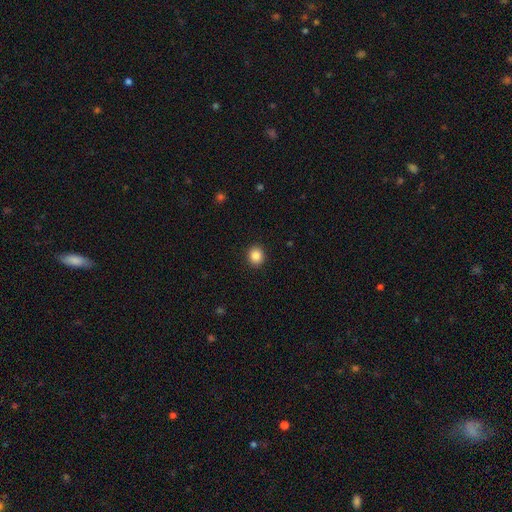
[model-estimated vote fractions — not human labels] smooth_or_featured: smooth (p=0.86) [alt: star or artifact p=0.10]
how_rounded: round (p=0.83) [alt: in between p=0.16]
merging: none (p=0.92) [alt: minor disturbance p=0.06]